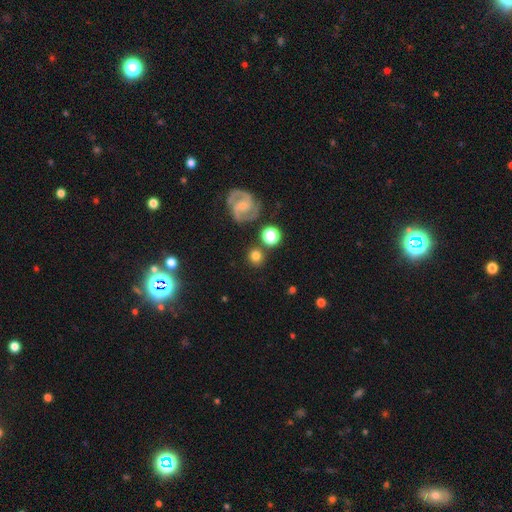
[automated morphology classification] type=smooth (65%); roundness=round (91%); merging=none (83%).